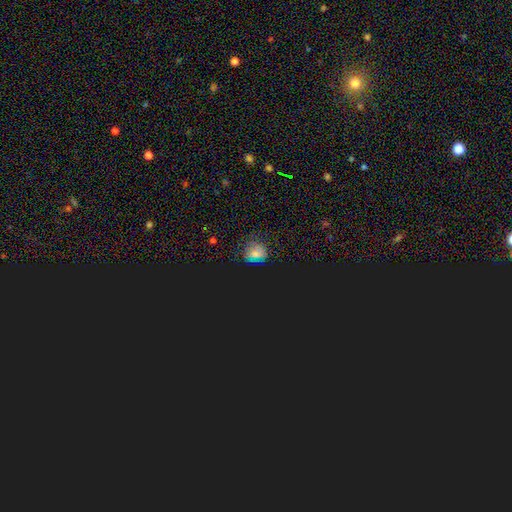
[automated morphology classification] The model was most divided on "smooth or featured": star or artifact: 56%, smooth: 32%, featured or disk: 12%.